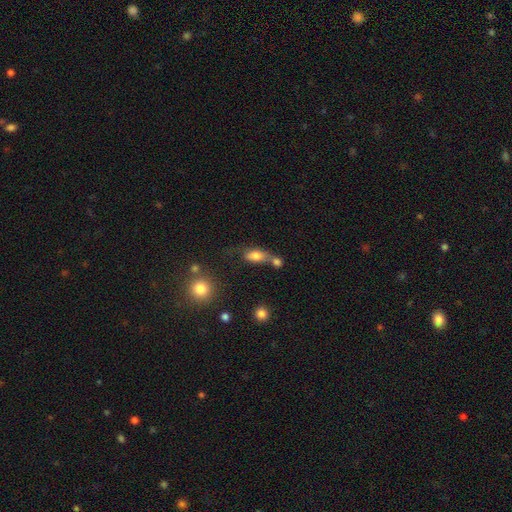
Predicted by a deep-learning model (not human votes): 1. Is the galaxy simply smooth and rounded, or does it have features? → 76% smooth, 14% featured or disk, 10% star or artifact.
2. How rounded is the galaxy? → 81% in between, 11% round, 8% cigar-shaped.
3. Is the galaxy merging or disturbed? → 43% merger, 29% none, 16% minor disturbance, 12% major disturbance.